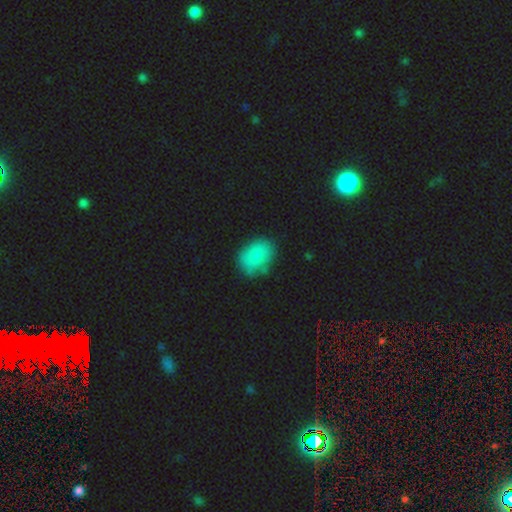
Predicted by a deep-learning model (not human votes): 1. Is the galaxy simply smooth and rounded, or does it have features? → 78% smooth, 14% featured or disk, 8% star or artifact.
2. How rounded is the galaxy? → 69% in between, 29% round, 1% cigar-shaped.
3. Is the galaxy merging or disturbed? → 69% none, 22% minor disturbance, 6% major disturbance, 3% merger.